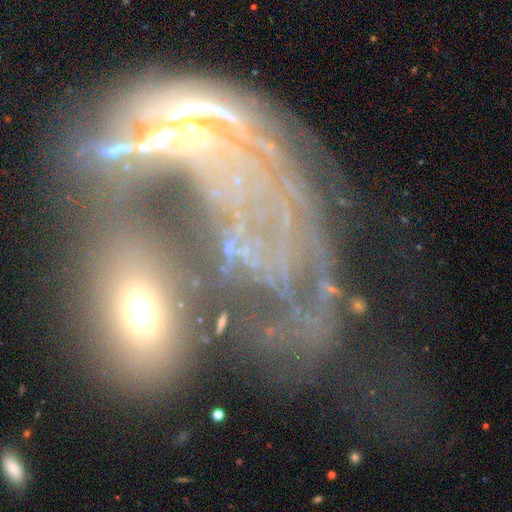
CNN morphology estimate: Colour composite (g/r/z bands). It shows a featured or disk galaxy (54%). Merging: merger (39%).